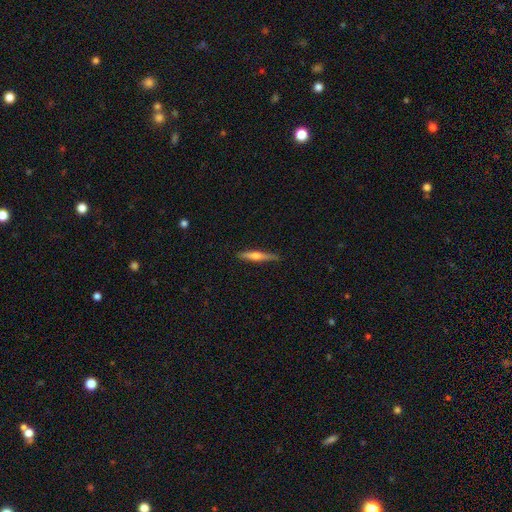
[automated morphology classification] Overall: featured or disk (53%; smooth 41%). Edge-on disk: yes (97%). Edge-on bulge: rounded (85%). Merging: none (88%).